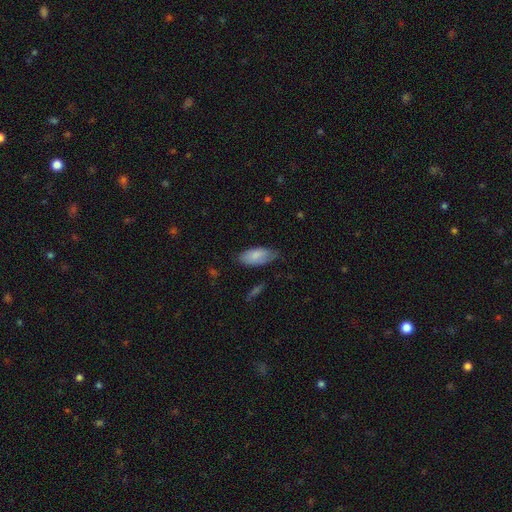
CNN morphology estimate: smooth_or_featured: smooth (p=0.83) [alt: featured or disk p=0.11]
how_rounded: in between (p=0.90) [alt: cigar-shaped p=0.08]
merging: none (p=0.65) [alt: minor disturbance p=0.29]